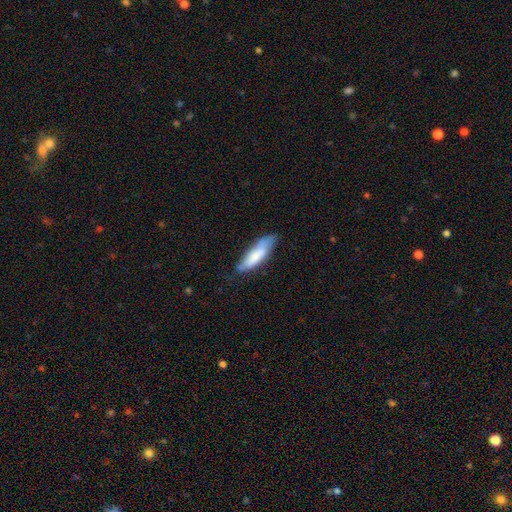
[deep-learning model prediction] Overall: smooth (74%). How rounded: cigar-shaped (56%; in between 42%). Merging: none (57%; minor disturbance 33%).